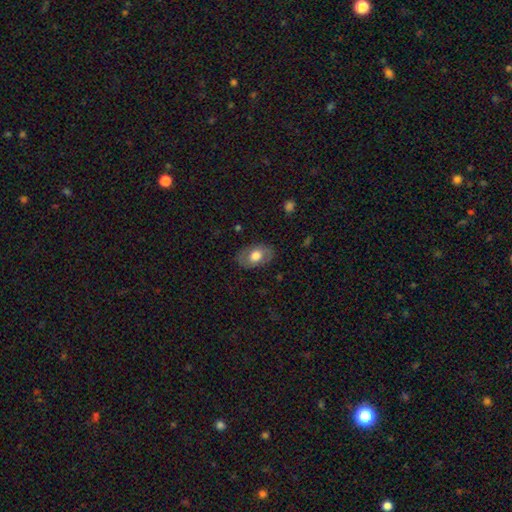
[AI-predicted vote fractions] A smooth galaxy with no disk features (66%) that is in between round and cigar-shaped (87%).

Vote fractions:
- Smooth or featured? smooth: 66% / featured or disk: 27% / star or artifact: 7%
- How rounded? in between: 87% / round: 12% / cigar-shaped: 1%
- Merging? none: 81% / minor disturbance: 14% / major disturbance: 4% / merger: 1%